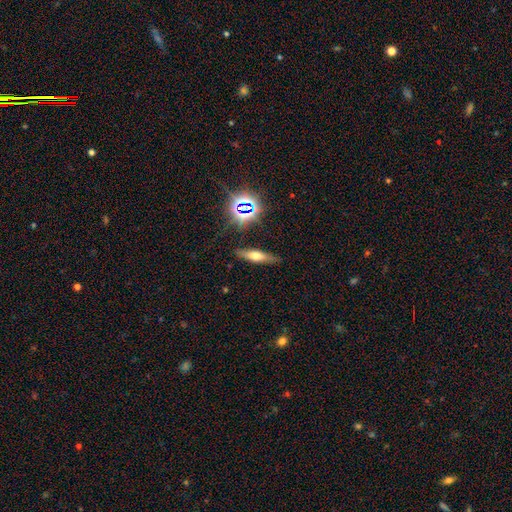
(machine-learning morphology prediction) A smooth galaxy with no disk features (47%).

Vote fractions:
- Smooth or featured? smooth: 47% / featured or disk: 37% / star or artifact: 16%
- Merging? none: 84% / minor disturbance: 11% / major disturbance: 3% / merger: 2%